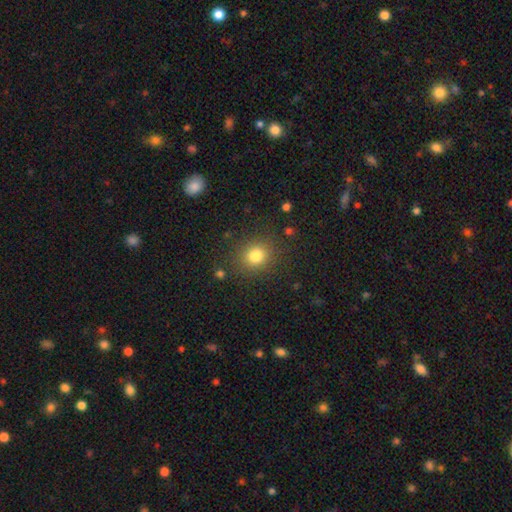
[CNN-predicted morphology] This appears to be a smooth galaxy with no disk features (80%) that is round (83%). Merging: none (86%).